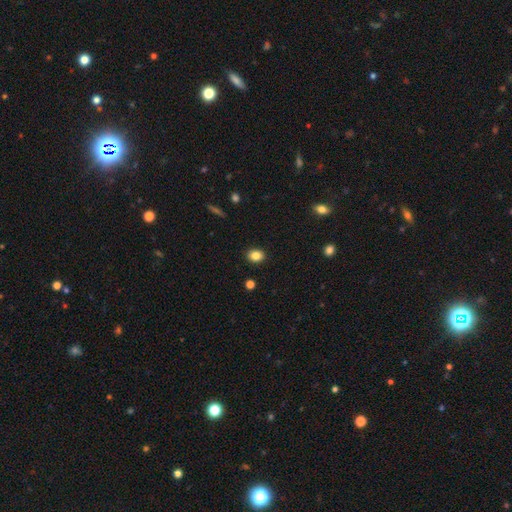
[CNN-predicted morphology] The model was most divided on "how rounded": in between: 51%, round: 48%, cigar-shaped: 1%. More confident: merging — none (90%); smooth or featured — smooth (84%).